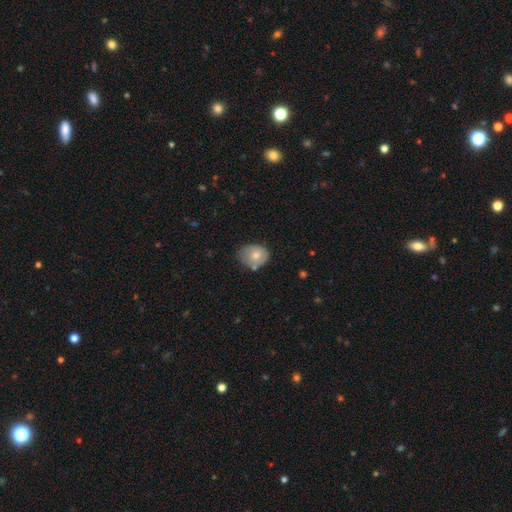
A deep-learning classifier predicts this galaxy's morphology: smooth 68%, featured or disk 25%, star or artifact 7%. Down the decision tree: how rounded — in between (50%); merging — none (57%).